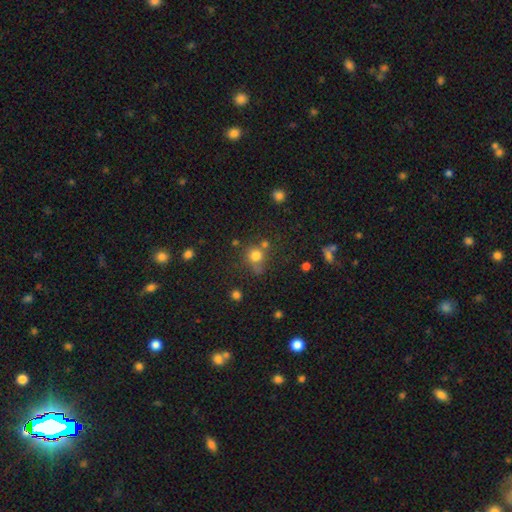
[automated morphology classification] This is likely a smooth galaxy (76%). How rounded: clearly round (86%). Merging: possibly none (58%).